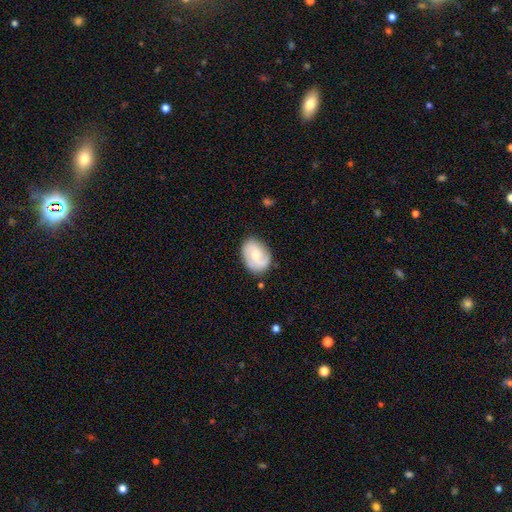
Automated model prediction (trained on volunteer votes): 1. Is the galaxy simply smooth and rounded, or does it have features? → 58% featured or disk, 36% smooth, 6% star or artifact.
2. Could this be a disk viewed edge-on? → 97% no, 3% yes.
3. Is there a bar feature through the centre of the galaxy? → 57% no, 37% weak, 6% strong.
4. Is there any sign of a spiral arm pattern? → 91% yes, 9% no.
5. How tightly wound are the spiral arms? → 43% medium, 33% tight, 24% loose.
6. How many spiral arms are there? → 68% 2, 13% can't tell, 12% 1, 5% 3, 1% 4, 1% more than 4.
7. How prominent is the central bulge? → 43% moderate, 38% small, 11% none, 7% large, 2% dominant.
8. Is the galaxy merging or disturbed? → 75% none, 18% minor disturbance, 5% major disturbance, 2% merger.